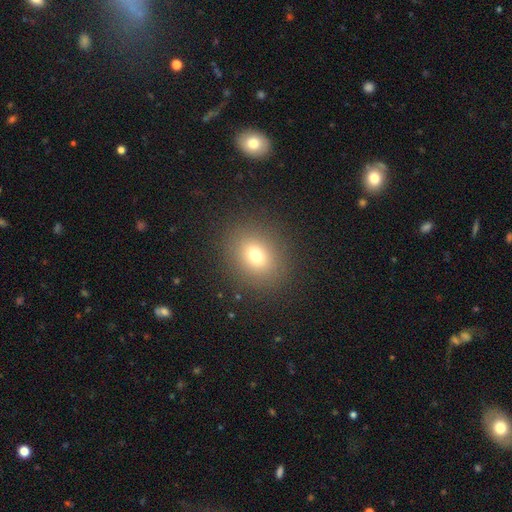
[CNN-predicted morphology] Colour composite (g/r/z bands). It shows a smooth galaxy with no disk features (73%) that is round (58%). Merging: none (88%).